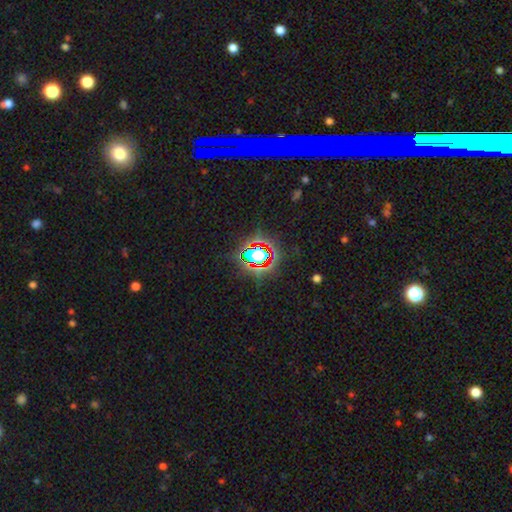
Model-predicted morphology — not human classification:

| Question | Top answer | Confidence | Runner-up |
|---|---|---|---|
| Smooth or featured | star or artifact | 71% | smooth (17%) |